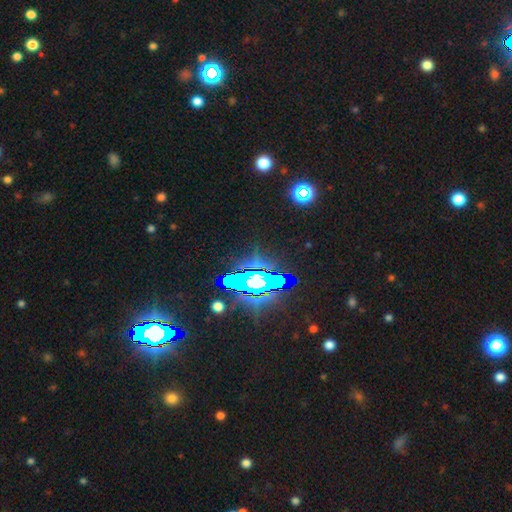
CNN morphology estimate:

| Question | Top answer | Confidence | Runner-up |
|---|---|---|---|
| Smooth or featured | star or artifact | 82% | smooth (9%) |